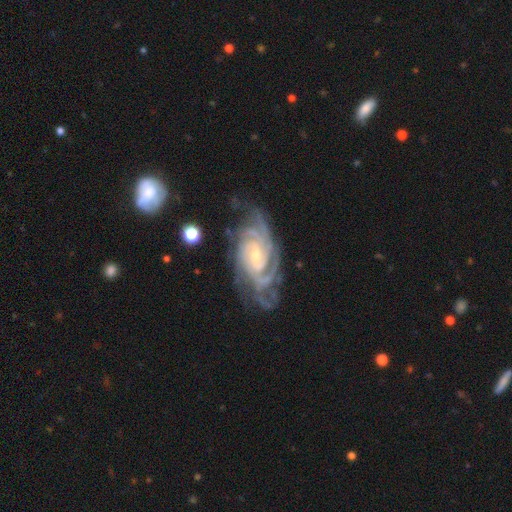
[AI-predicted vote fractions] smooth-or-featured: featured or disk: 92% | star or artifact: 5% | smooth: 3%
  disk-edge-on: no: 97% | yes: 3%
    bar: no: 46% | weak: 39% | strong: 15%
    has-spiral-arms: yes: 99% | no: 1%
      spiral-winding: tight: 71% | medium: 25% | loose: 4%
      spiral-arm-count: 4: 33% | 3: 20% | can't tell: 17% | 2: 12% | more than 4: 12% | 1: 7%
    bulge-size: small: 68% | moderate: 28% | none: 2% | large: 2% | dominant: 1%
  merging: none: 67% | minor disturbance: 20% | major disturbance: 10% | merger: 2%